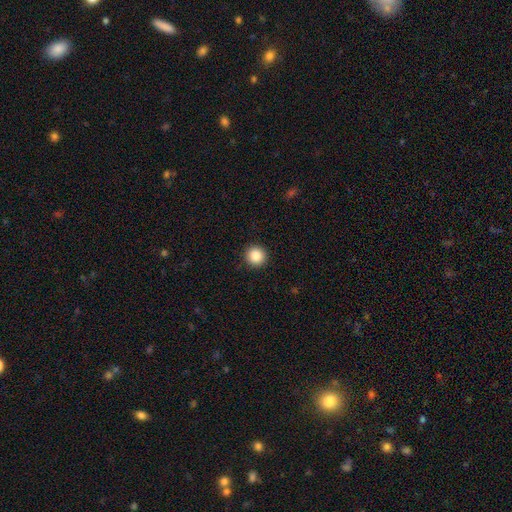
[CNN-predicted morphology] Q: Smooth or featured?
A: smooth (87%); runner-up: star or artifact (9%)
Q: How rounded?
A: round (95%); runner-up: in between (4%)
Q: Merging?
A: none (92%); runner-up: minor disturbance (5%)